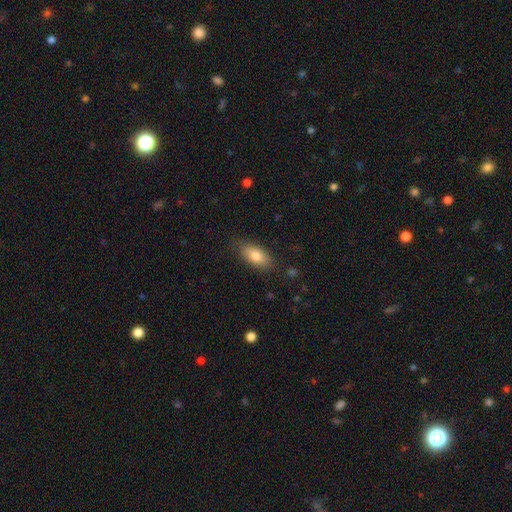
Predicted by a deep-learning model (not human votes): The model was most divided on "merging": none: 83%, minor disturbance: 13%, major disturbance: 3%, merger: 1%. More confident: how rounded — in between (90%); smooth or featured — smooth (81%).